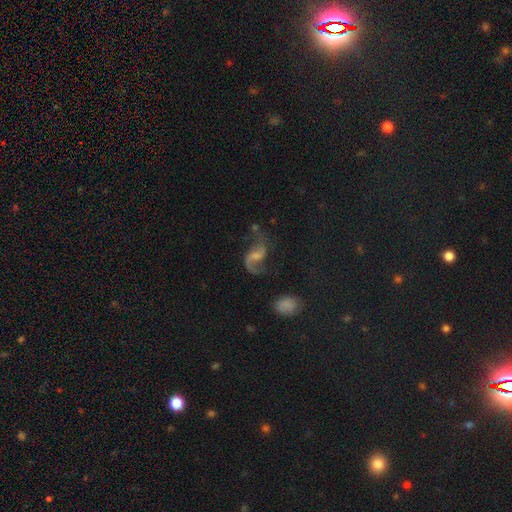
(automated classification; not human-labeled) Overall: featured or disk (84%). Edge-on disk: no (98%). Bar: weak (50%; no 34%). Spiral arms: yes (95%). Spiral arm count: 2 (87%). Spiral winding: loose (64%; medium 30%). Bulge size: small (43%; moderate 34%). Merging: none (60%).